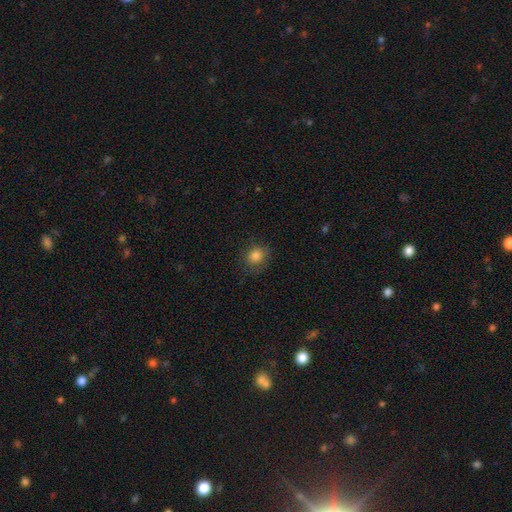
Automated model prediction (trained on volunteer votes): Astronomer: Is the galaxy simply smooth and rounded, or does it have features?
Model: smooth — 83%.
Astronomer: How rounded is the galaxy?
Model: round — 72%.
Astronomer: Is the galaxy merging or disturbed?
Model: none — 79%.